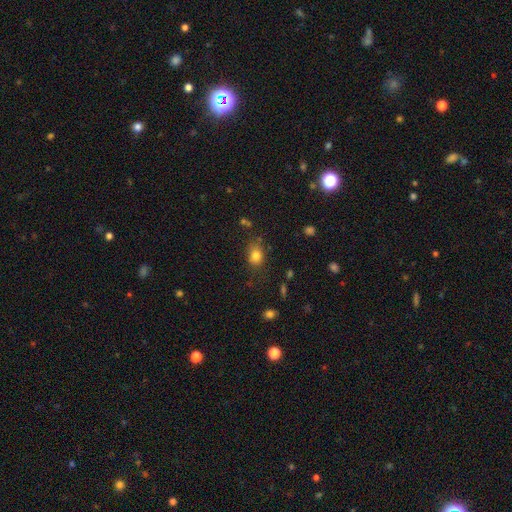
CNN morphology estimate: A smooth galaxy with no disk features (80%) that is in between round and cigar-shaped (61%). Merging: none (73%).